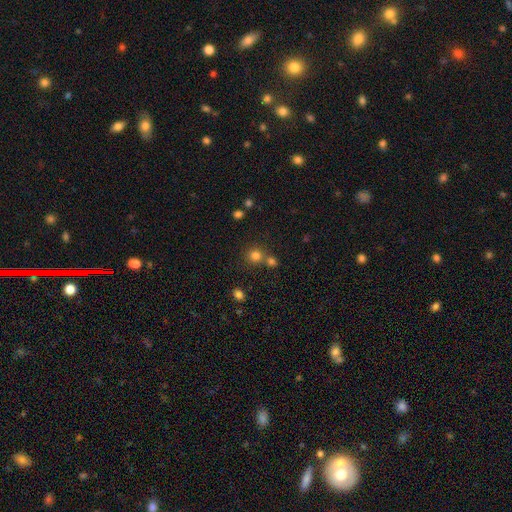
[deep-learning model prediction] smooth_or_featured: smooth (p=0.78) [alt: star or artifact p=0.15]
how_rounded: round (p=0.89) [alt: in between p=0.10]
merging: none (p=0.62) [alt: merger p=0.28]